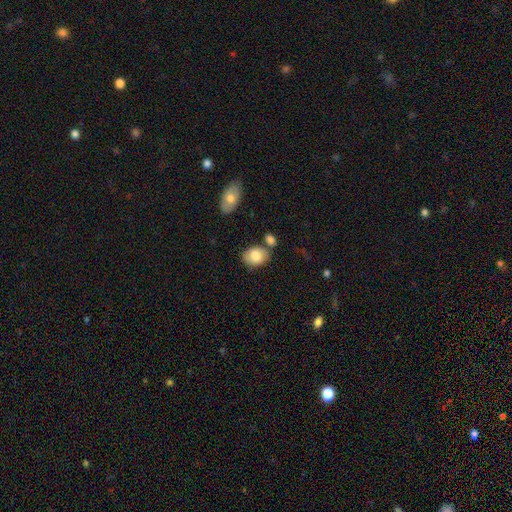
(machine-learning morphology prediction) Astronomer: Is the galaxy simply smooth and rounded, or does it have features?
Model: smooth — 79%.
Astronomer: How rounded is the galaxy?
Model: in between — 73%.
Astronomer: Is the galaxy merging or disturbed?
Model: none — 59%.